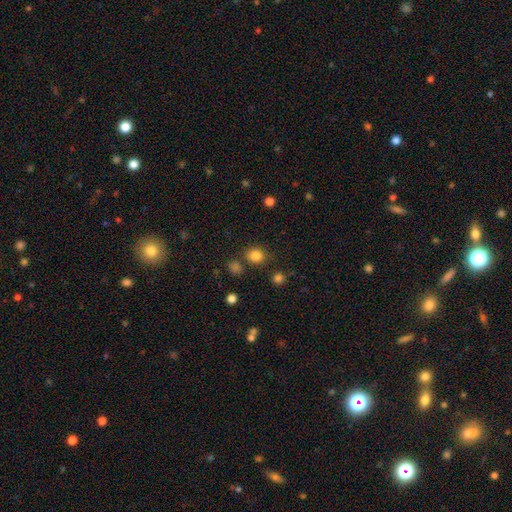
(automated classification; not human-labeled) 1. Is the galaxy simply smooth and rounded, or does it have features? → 83% smooth, 13% star or artifact, 5% featured or disk.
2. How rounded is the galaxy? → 76% round, 23% in between, 1% cigar-shaped.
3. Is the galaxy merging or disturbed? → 81% none, 10% minor disturbance, 6% merger, 4% major disturbance.